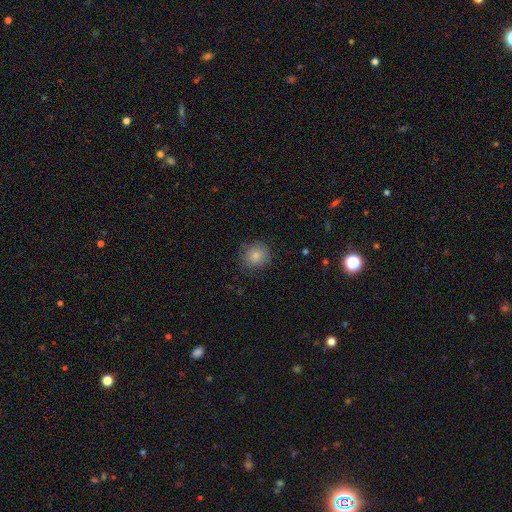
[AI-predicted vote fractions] Smooth or featured? smooth (83%)
How rounded? round (89%)
Merging? none (81%)